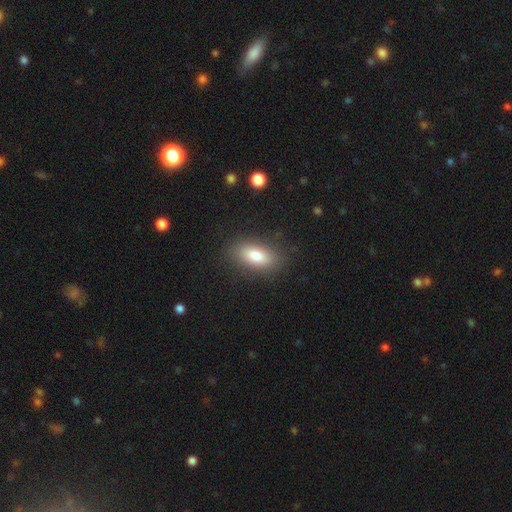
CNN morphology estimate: Overall: smooth (81%). How rounded: in between (83%). Merging: none (86%).